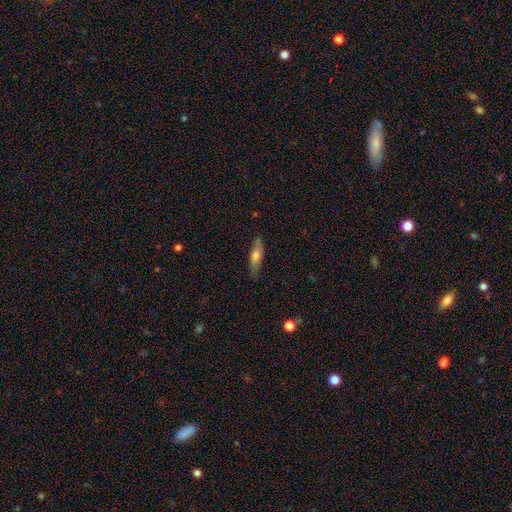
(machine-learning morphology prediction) smooth-or-featured: smooth: 64% | featured or disk: 30% | star or artifact: 6%
  how-rounded: cigar-shaped: 57% | in between: 40% | round: 2%
  merging: none: 82% | minor disturbance: 14% | major disturbance: 3% | merger: 2%